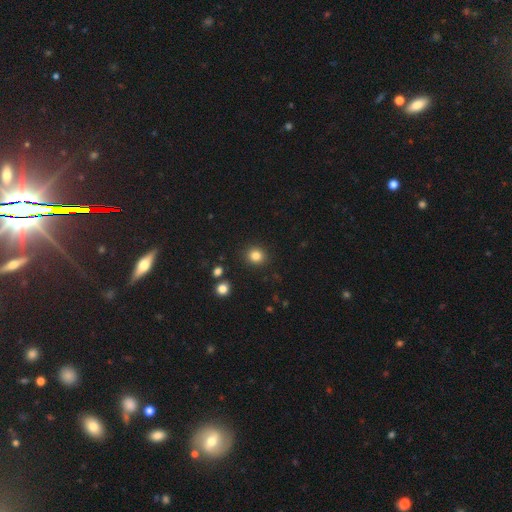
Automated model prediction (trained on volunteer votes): smooth_or_featured: smooth (p=0.83) [alt: star or artifact p=0.12]
how_rounded: round (p=0.87) [alt: in between p=0.12]
merging: none (p=0.91) [alt: minor disturbance p=0.06]